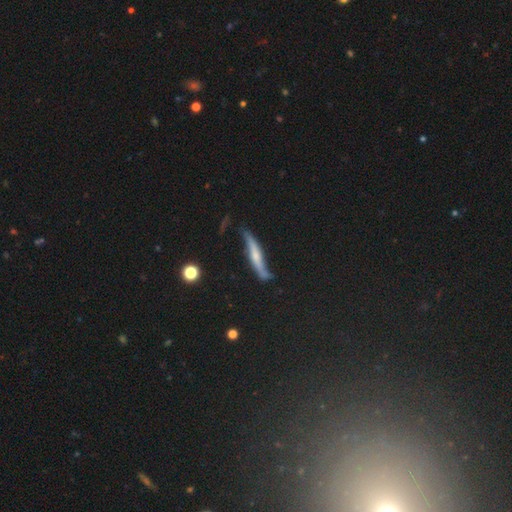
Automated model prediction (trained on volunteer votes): Overall: featured or disk (61%; smooth 31%). Edge-on disk: yes (70%; no 30%). Merging: none (56%; minor disturbance 30%).